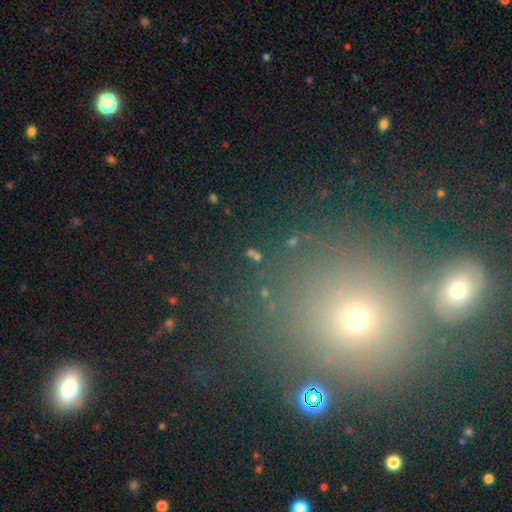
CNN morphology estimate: type=star or artifact (50%).